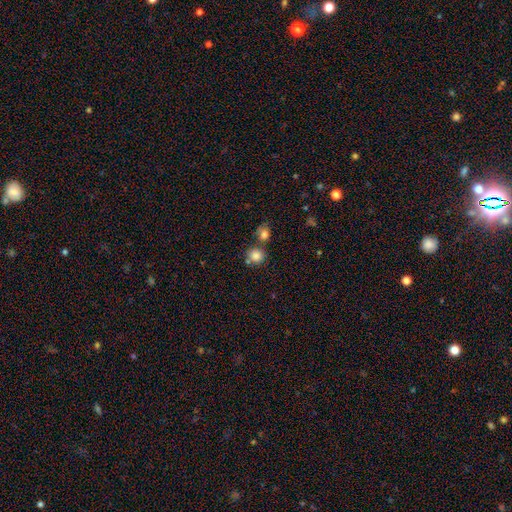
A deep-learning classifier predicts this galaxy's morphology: Smooth or featured? Predicted: smooth (p=0.83). How rounded? Predicted: round (p=0.87). Merging? Predicted: none (p=0.64).